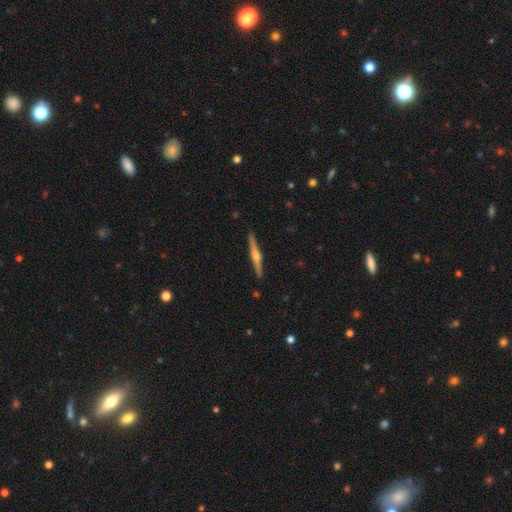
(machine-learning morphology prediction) smooth_or_featured: featured or disk (p=0.74) [alt: smooth p=0.21]
disk_edge_on: yes (p=0.98) [alt: no p=0.02]
edge_on_bulge: rounded (p=0.86) [alt: boxy p=0.09]
merging: none (p=0.91) [alt: minor disturbance p=0.06]